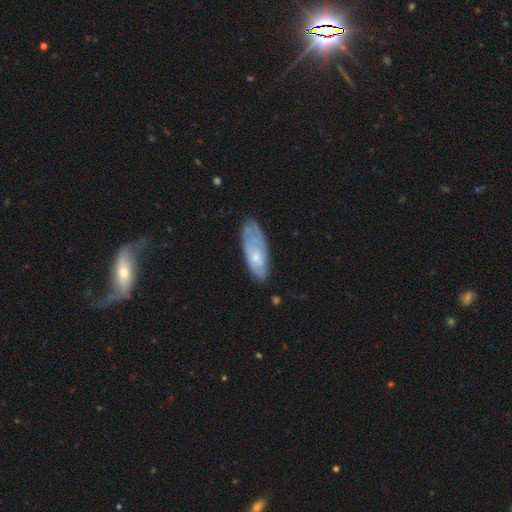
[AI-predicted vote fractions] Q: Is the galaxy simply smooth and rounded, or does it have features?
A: featured or disk — 48%.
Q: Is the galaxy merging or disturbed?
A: none — 65%.